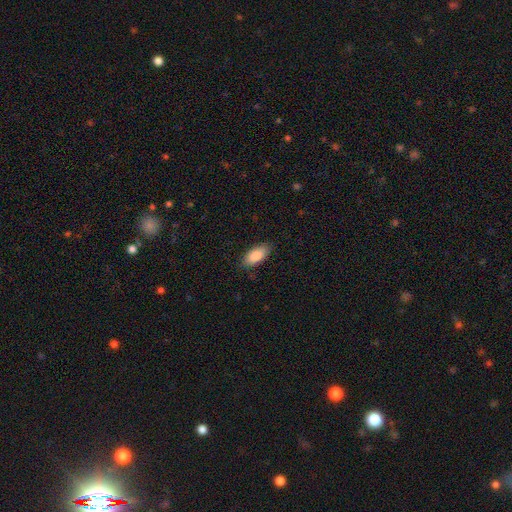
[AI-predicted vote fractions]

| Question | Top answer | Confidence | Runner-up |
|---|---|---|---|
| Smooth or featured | smooth | 88% | featured or disk (6%) |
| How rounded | in between | 90% | cigar-shaped (8%) |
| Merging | none | 84% | minor disturbance (13%) |